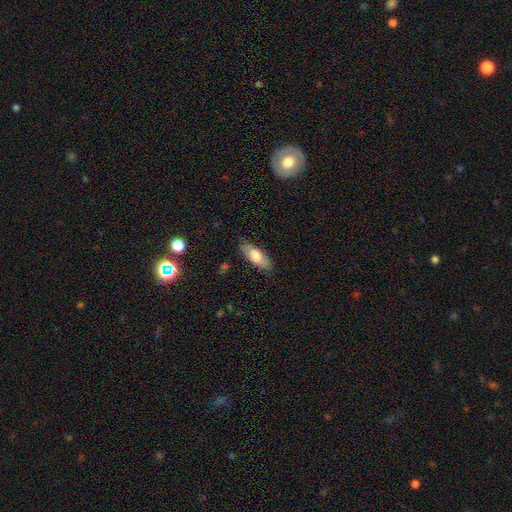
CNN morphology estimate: Smooth or featured? Predicted: smooth (p=0.74). How rounded? Predicted: in between (p=0.74). Merging? Predicted: none (p=0.82).